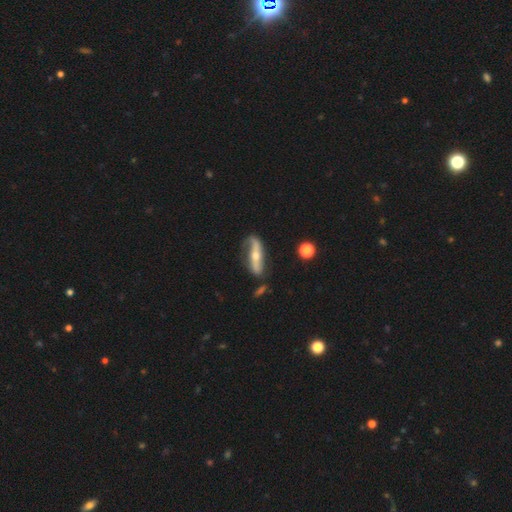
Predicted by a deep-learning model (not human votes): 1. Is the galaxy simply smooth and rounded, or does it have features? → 75% featured or disk, 20% smooth, 5% star or artifact.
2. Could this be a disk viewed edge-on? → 71% no, 29% yes.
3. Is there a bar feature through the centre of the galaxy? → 47% strong, 33% no, 20% weak.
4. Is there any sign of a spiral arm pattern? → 85% yes, 15% no.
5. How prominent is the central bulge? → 53% moderate, 41% small, 3% large, 2% none, 1% dominant.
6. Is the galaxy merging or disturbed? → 60% none, 23% minor disturbance, 12% major disturbance, 4% merger.